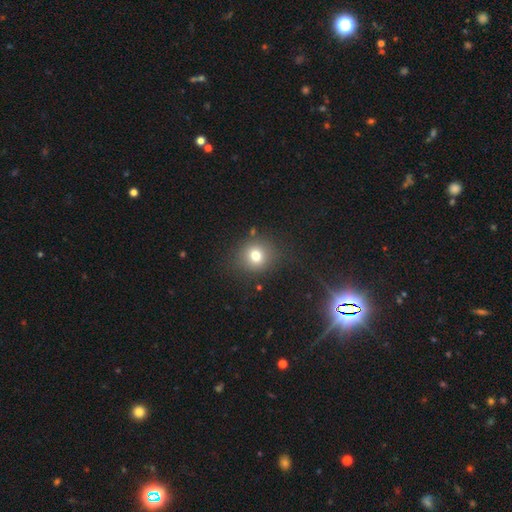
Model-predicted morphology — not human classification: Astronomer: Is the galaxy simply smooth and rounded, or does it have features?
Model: smooth — 76%.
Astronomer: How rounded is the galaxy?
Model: round — 87%.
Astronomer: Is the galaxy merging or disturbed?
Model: none — 82%.